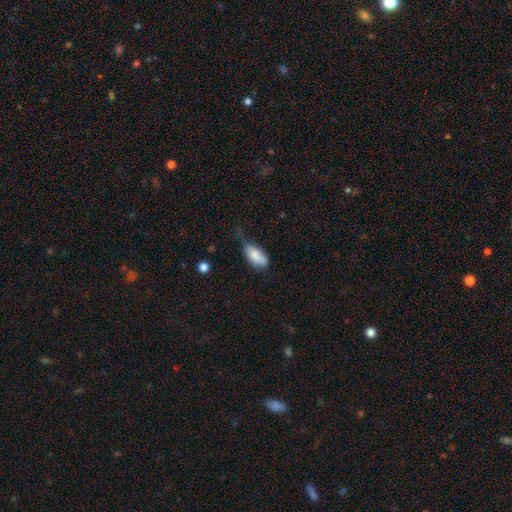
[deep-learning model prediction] Smooth or featured? smooth (83%)
How rounded? in between (90%)
Merging? minor disturbance (43%)